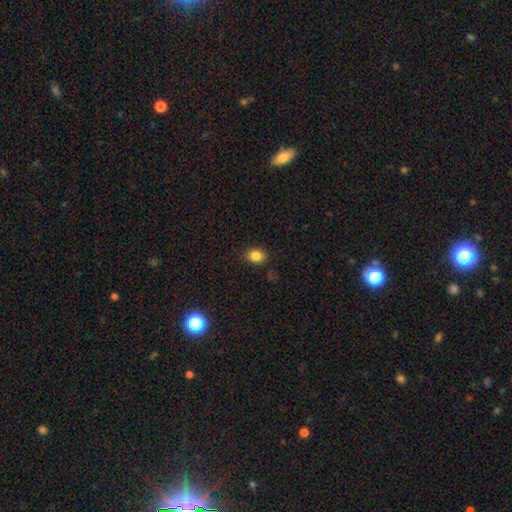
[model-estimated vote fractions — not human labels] Smooth or featured?
  - smooth: 84% *
  - star or artifact: 11%
  - featured or disk: 5%
How rounded?
  - in between: 53% *
  - round: 46%
  - cigar-shaped: 1%
Merging?
  - none: 87% *
  - minor disturbance: 9%
  - major disturbance: 2%
  - merger: 1%